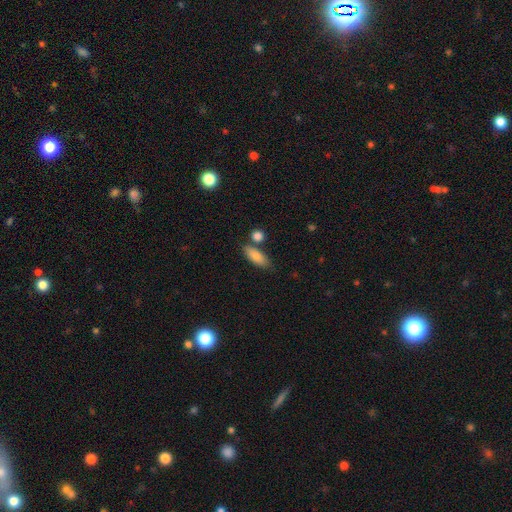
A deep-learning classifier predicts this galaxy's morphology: Smooth or featured?
  - smooth: 84% *
  - featured or disk: 10%
  - star or artifact: 6%
How rounded?
  - in between: 74% *
  - cigar-shaped: 22%
  - round: 3%
Merging?
  - none: 68% *
  - merger: 15%
  - minor disturbance: 14%
  - major disturbance: 4%